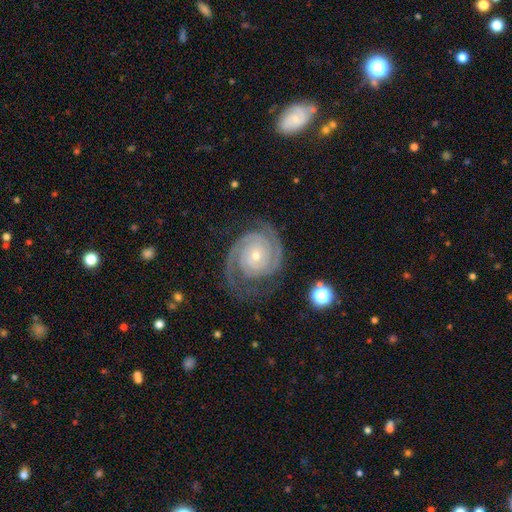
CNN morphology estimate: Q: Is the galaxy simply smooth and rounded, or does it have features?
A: featured or disk — 93%.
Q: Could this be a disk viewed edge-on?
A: no — 98%.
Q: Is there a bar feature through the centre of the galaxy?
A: no — 75%.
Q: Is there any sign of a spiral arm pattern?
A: yes — 99%.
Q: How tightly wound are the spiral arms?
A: tight — 79%.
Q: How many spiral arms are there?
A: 2 — 79%.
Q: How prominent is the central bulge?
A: small — 65%.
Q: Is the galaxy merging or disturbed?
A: none — 77%.